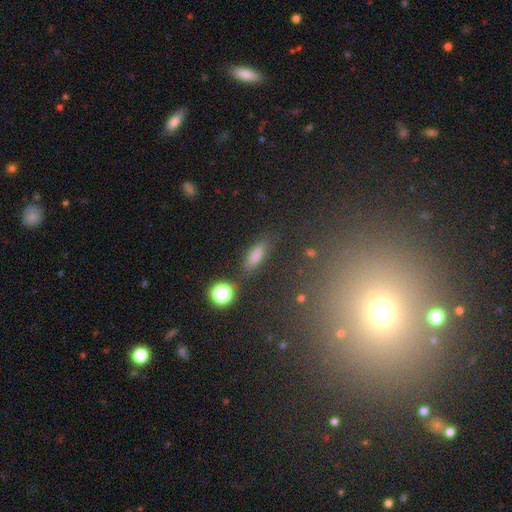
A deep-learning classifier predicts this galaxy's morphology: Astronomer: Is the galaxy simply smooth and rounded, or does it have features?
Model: smooth — 77%.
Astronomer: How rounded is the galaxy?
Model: in between — 48% (runner-up: cigar-shaped, 47%).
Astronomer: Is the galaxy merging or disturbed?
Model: none — 80%.